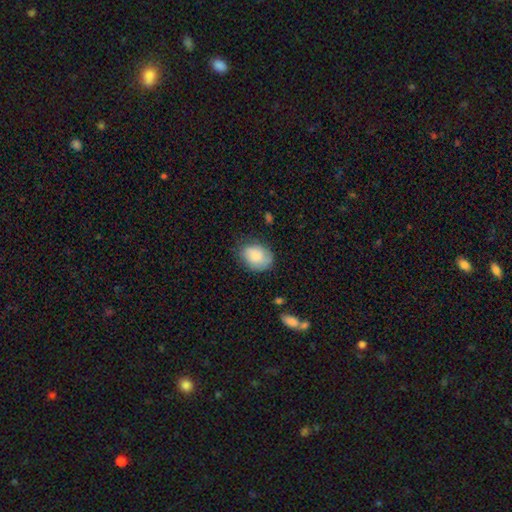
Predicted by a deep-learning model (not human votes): smooth_or_featured: smooth (p=0.79) [alt: featured or disk p=0.14]
how_rounded: in between (p=0.62) [alt: round p=0.37]
merging: none (p=0.69) [alt: minor disturbance p=0.24]